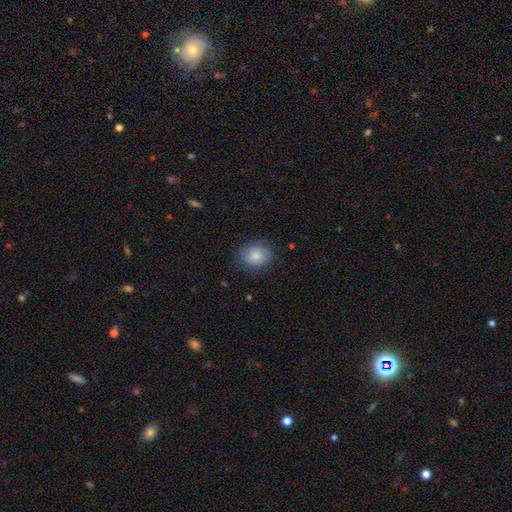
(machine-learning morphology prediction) Smooth or featured?
  - smooth: 83% *
  - featured or disk: 9%
  - star or artifact: 8%
How rounded?
  - round: 60% *
  - in between: 39%
  - cigar-shaped: 1%
Merging?
  - none: 79% *
  - minor disturbance: 16%
  - major disturbance: 4%
  - merger: 1%